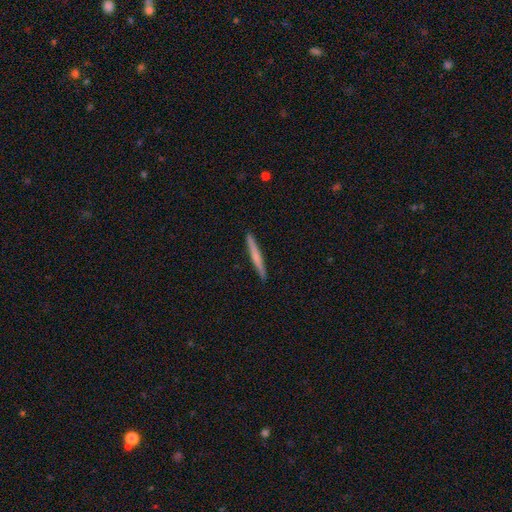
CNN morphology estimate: Smooth or featured? smooth (56%)
How rounded? cigar-shaped (97%)
Merging? none (92%)